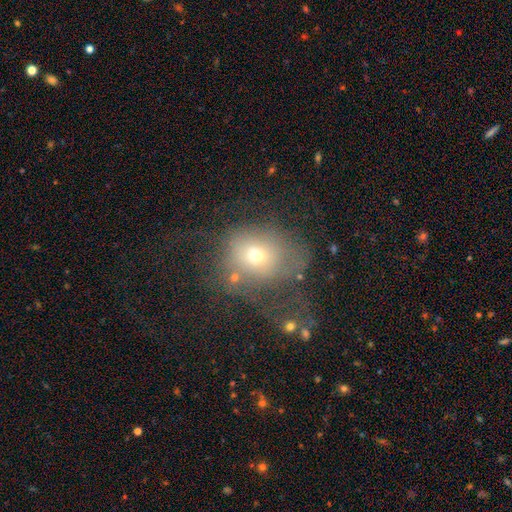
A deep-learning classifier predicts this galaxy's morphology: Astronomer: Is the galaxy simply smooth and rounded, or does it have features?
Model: smooth — 60%.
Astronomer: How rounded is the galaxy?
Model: round — 65%.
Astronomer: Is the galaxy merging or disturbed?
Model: major disturbance — 43% (runner-up: none, 31%).